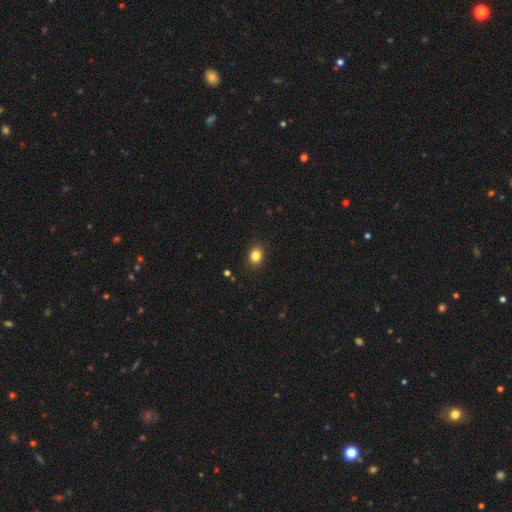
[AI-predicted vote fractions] Smooth or featured?
  - smooth: 84% *
  - star or artifact: 11%
  - featured or disk: 5%
How rounded?
  - in between: 51% *
  - round: 48%
  - cigar-shaped: 1%
Merging?
  - none: 89% *
  - minor disturbance: 8%
  - major disturbance: 2%
  - merger: 1%